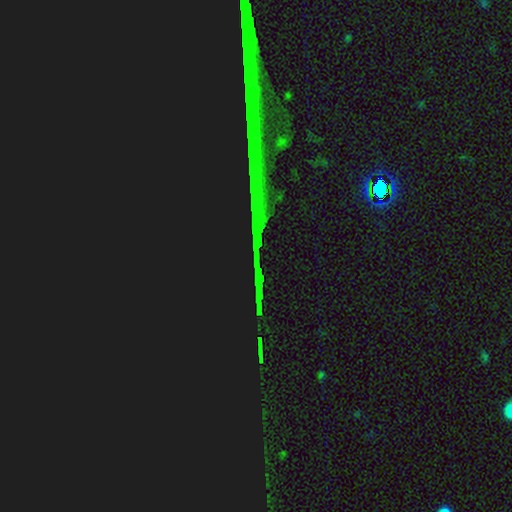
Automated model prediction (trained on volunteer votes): This appears to be a star or artifact, not a galaxy (88%).